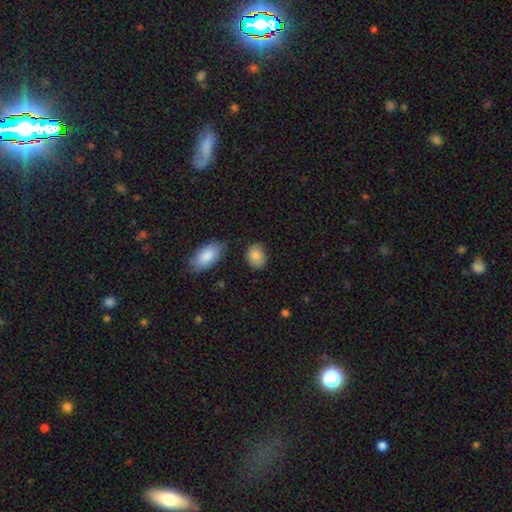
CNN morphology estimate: smooth_or_featured: smooth (p=0.86) [alt: star or artifact p=0.07]
how_rounded: in between (p=0.65) [alt: round p=0.33]
merging: none (p=0.70) [alt: minor disturbance p=0.22]